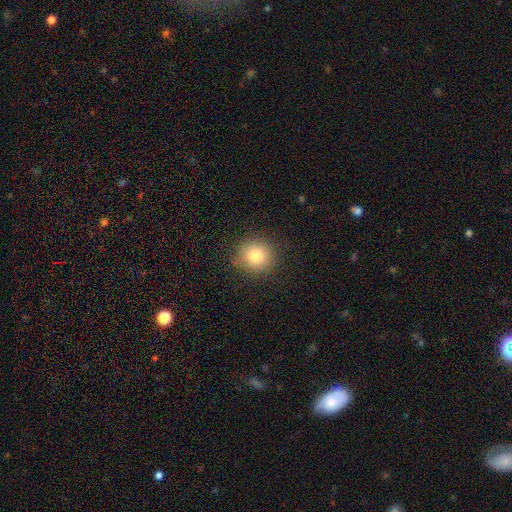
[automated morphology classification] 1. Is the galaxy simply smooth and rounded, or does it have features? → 82% smooth, 10% star or artifact, 7% featured or disk.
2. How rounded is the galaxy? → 90% round, 9% in between, 1% cigar-shaped.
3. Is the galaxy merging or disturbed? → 87% none, 9% minor disturbance, 3% major disturbance, 1% merger.